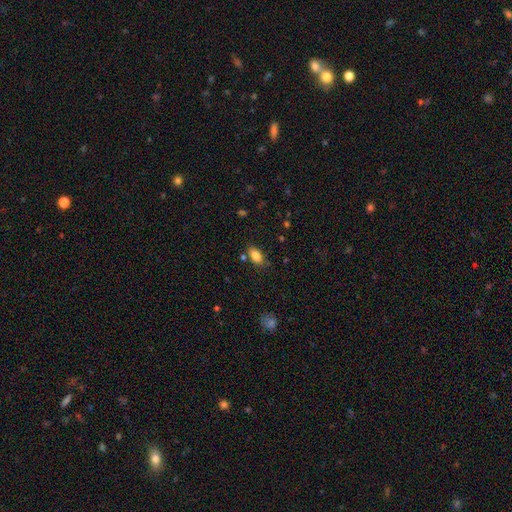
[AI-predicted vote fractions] smooth_or_featured: smooth (p=0.84) [alt: star or artifact p=0.09]
how_rounded: in between (p=0.90) [alt: round p=0.06]
merging: none (p=0.76) [alt: minor disturbance p=0.15]